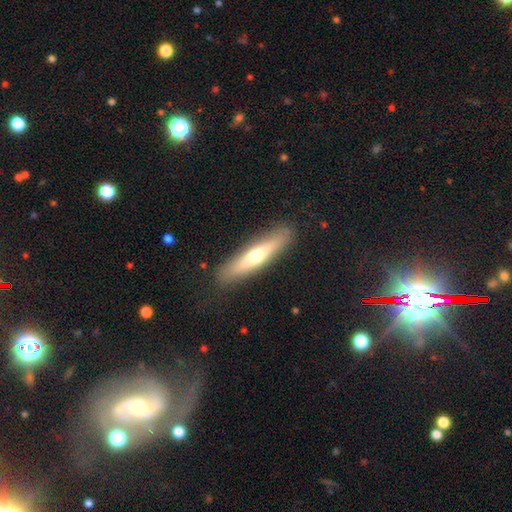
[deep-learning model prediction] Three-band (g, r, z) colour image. It shows a smooth galaxy with no disk features (50%) that is cigar-shaped (83%). Merging: none (87%).